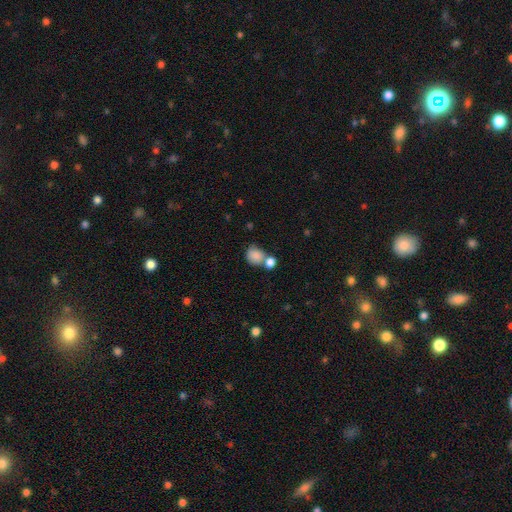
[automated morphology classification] type=smooth (84%); roundness=round (70%); merging=merger (44%).